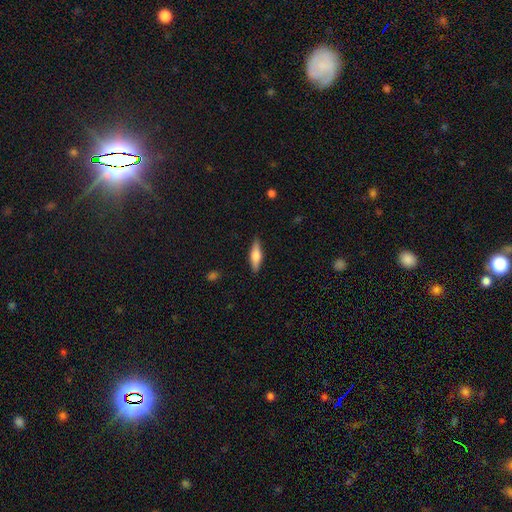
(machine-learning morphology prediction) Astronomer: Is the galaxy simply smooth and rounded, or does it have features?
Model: smooth — 56% (runner-up: featured or disk, 38%).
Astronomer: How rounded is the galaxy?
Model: cigar-shaped — 54% (runner-up: in between, 43%).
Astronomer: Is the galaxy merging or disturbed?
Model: none — 87%.